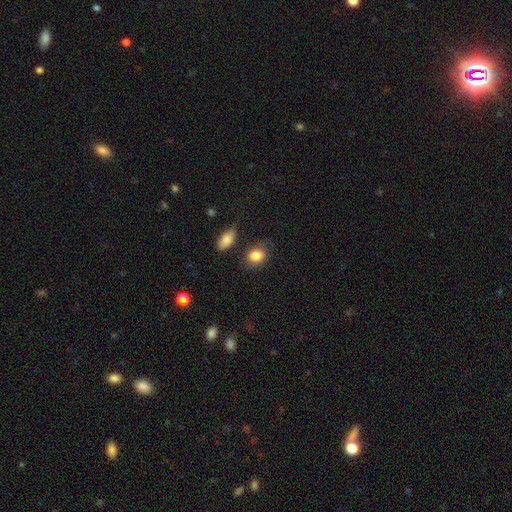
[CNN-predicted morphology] This is clearly a smooth galaxy (84%). How rounded: likely in between (67%). Merging: likely none (70%).